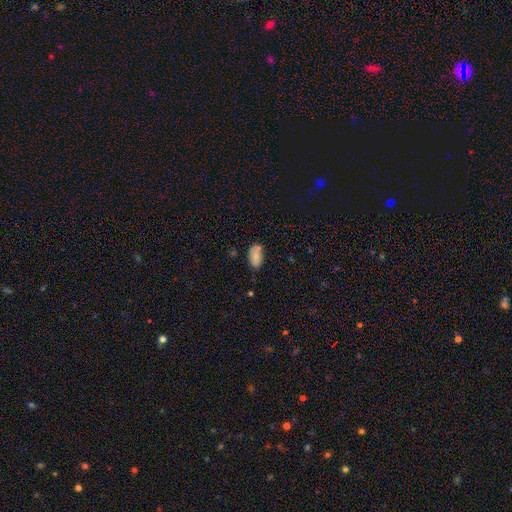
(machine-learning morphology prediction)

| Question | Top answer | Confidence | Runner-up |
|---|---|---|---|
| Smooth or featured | smooth | 79% | featured or disk (12%) |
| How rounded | in between | 93% | round (4%) |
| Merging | none | 62% | minor disturbance (21%) |